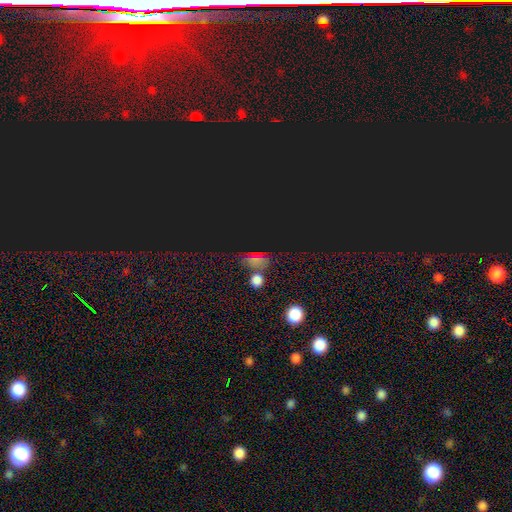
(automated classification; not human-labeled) Q: Smooth or featured?
A: star or artifact (60%); runner-up: smooth (31%)